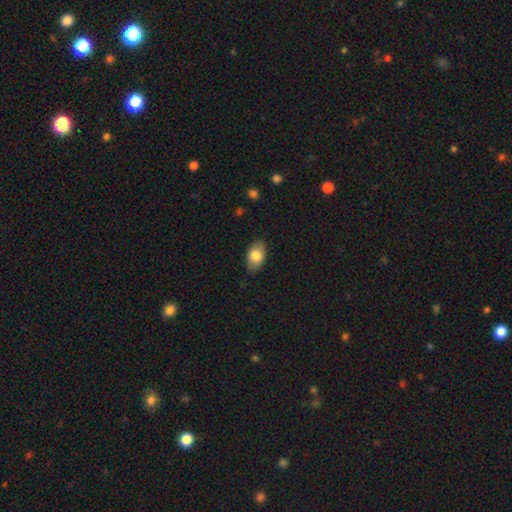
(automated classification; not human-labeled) Smooth or featured: smooth — 80% (featured or disk — 13%)
How rounded: in between — 91% (round — 7%)
Merging: none — 85% (minor disturbance — 12%)